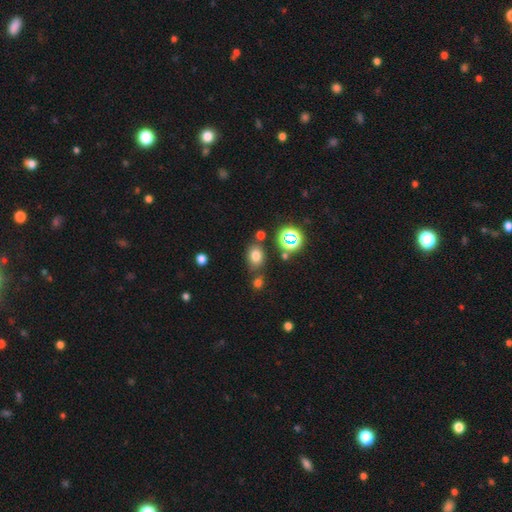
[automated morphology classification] Overall: smooth (73%). How rounded: in between (62%; round 37%). Merging: none (70%).